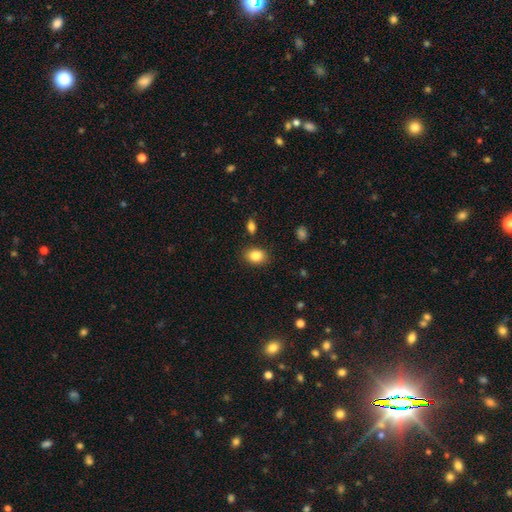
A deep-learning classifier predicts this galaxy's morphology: This is clearly a smooth galaxy (86%). How rounded: likely in between (66%). Merging: clearly none (85%).